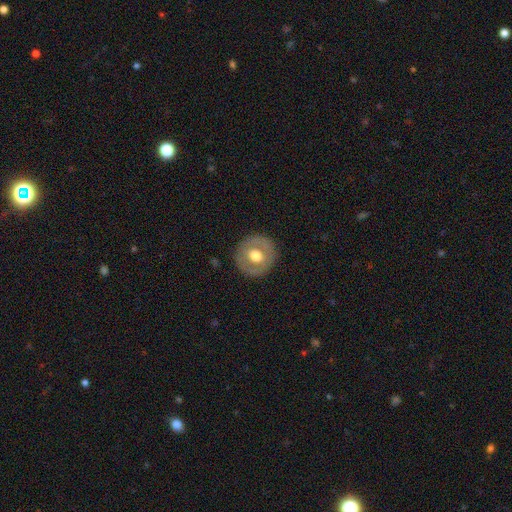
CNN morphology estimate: smooth 52%, featured or disk 42%, star or artifact 6%. Down the decision tree: how rounded — round (92%); merging — none (87%).